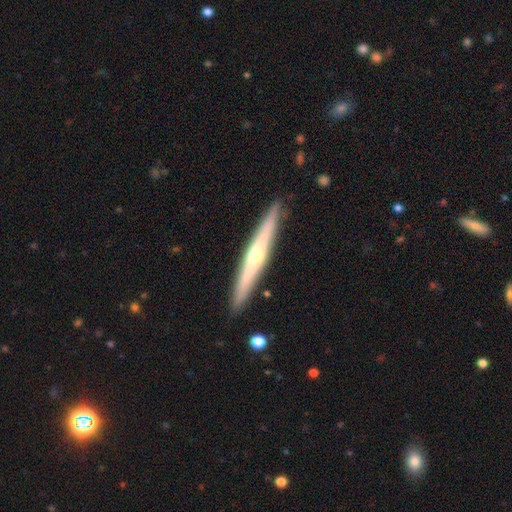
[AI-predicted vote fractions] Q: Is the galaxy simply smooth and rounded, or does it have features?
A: featured or disk — 63%.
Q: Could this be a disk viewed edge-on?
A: yes — 96%.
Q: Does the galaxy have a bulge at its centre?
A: rounded — 75%.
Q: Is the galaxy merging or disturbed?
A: none — 90%.